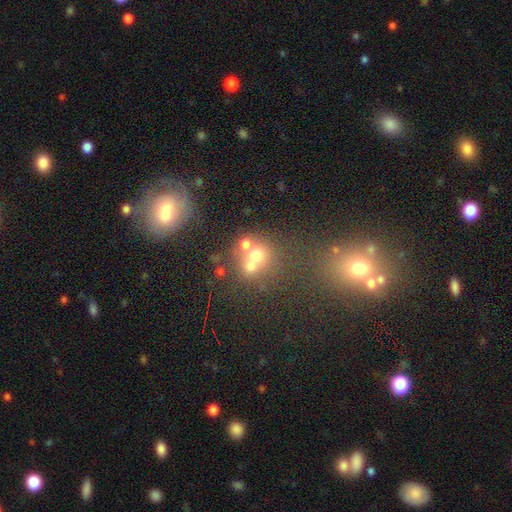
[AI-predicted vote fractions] The model was most divided on "merging": merger: 47%, none: 37%, minor disturbance: 9%, major disturbance: 8%. More confident: how rounded — round (77%); smooth or featured — smooth (56%).